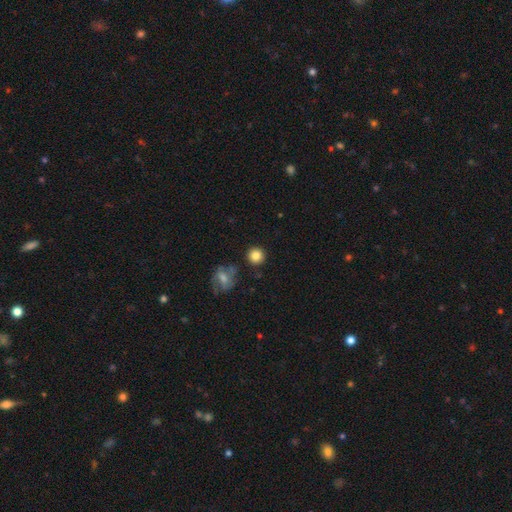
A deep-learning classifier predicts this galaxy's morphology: smooth 84%, star or artifact 10%, featured or disk 7%. Down the decision tree: how rounded — round (93%); merging — none (84%).